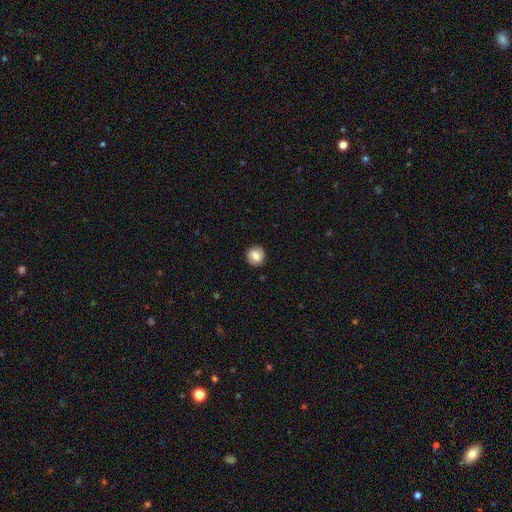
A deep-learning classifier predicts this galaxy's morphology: smooth-or-featured: smooth: 64% | featured or disk: 28% | star or artifact: 8%
  how-rounded: round: 87% | in between: 12% | cigar-shaped: 1%
  merging: none: 87% | minor disturbance: 9% | major disturbance: 3% | merger: 1%